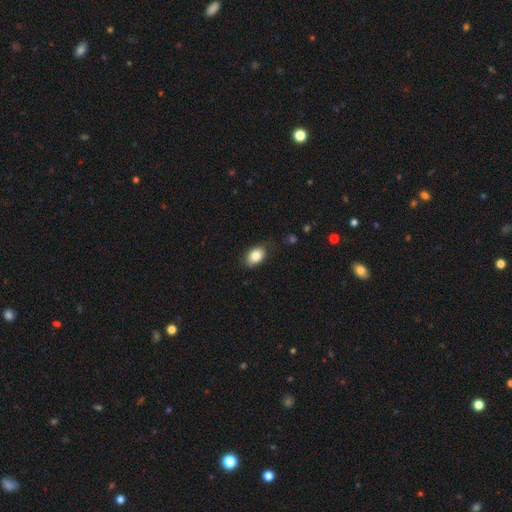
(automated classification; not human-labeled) This is clearly a smooth galaxy (84%). How rounded: clearly in between (84%). Merging: likely none (78%).